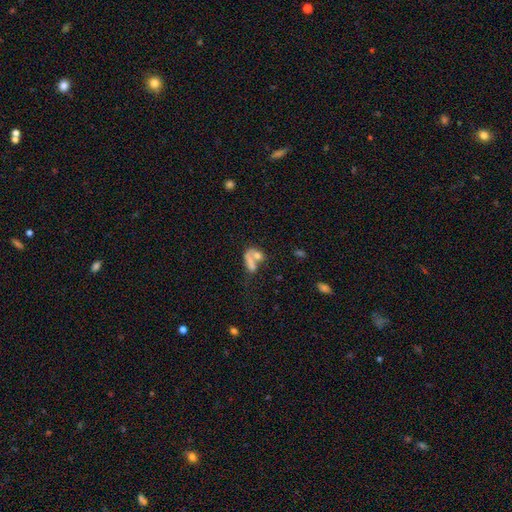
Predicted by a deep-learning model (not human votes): This is possibly a smooth galaxy (51%). How rounded: likely in between (61%). Merging: possibly merger (46%).